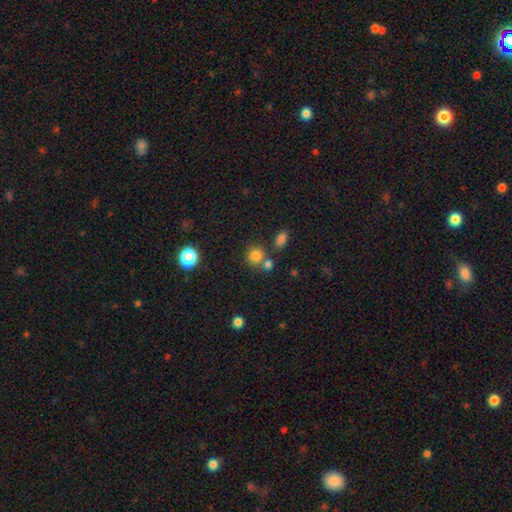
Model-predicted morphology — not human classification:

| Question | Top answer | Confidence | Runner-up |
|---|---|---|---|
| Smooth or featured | smooth | 80% | star or artifact (14%) |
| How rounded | round | 86% | in between (13%) |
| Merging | none | 63% | merger (24%) |